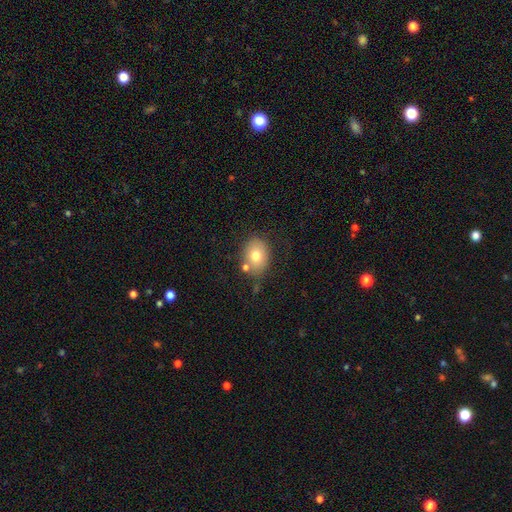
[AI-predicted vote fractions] Q: Smooth or featured?
A: smooth (75%); runner-up: featured or disk (16%)
Q: How rounded?
A: in between (63%); runner-up: round (36%)
Q: Merging?
A: none (67%); runner-up: minor disturbance (17%)